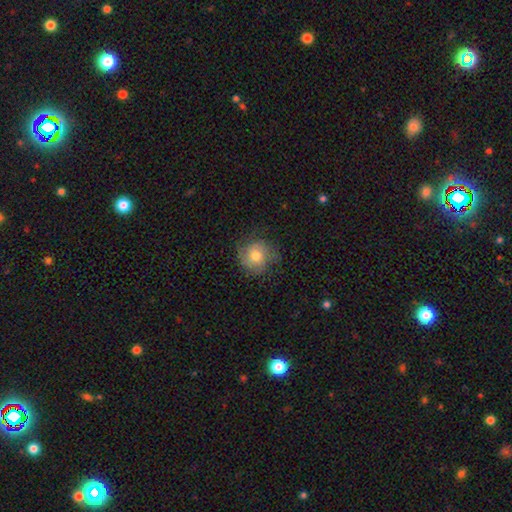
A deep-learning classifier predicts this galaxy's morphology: Smooth or featured: smooth — 54% (featured or disk — 36%)
How rounded: round — 84% (in between — 15%)
Merging: none — 67% (minor disturbance — 22%)